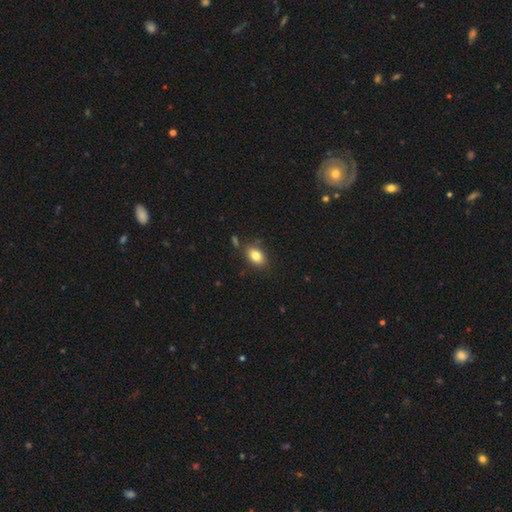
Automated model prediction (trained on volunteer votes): Morphology: type=smooth (82%); roundness=in between (85%); merging=none (80%).